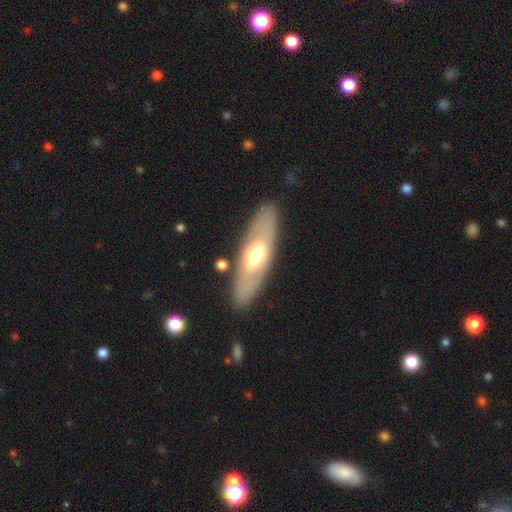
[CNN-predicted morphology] Smooth or featured? featured or disk (47%, tied with smooth)
Merging? none (85%)